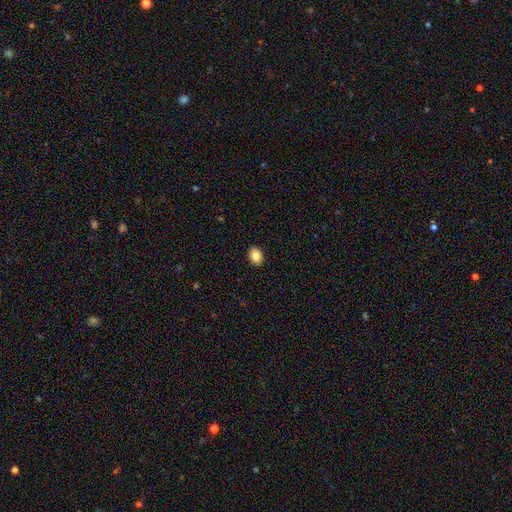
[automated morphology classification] Smooth or featured: smooth — 85% (star or artifact — 8%)
How rounded: in between — 70% (round — 29%)
Merging: none — 91% (minor disturbance — 7%)